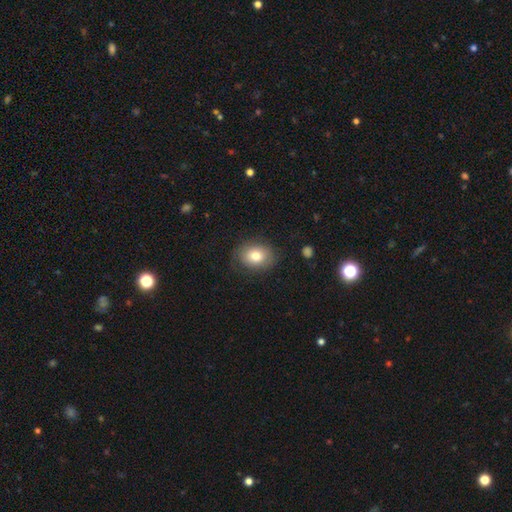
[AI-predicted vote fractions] smooth_or_featured: smooth (p=0.77) [alt: featured or disk p=0.14]
how_rounded: in between (p=0.58) [alt: round p=0.41]
merging: none (p=0.80) [alt: minor disturbance p=0.14]